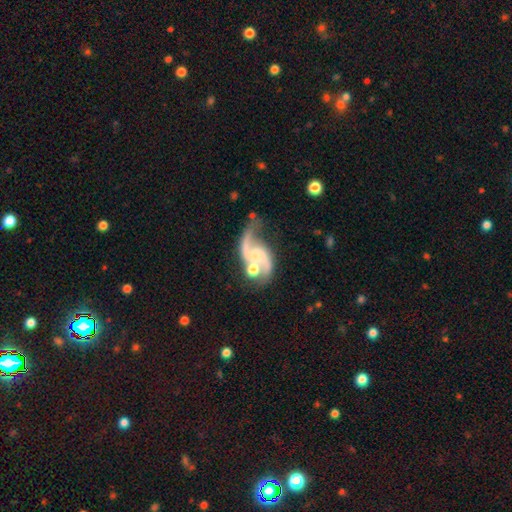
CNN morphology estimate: A featured or disk galaxy (88%) with no bar (49%), 2 (91%) loose (63%) spiral arms (96%) and a small central bulge (41%). Merging: none (43%).